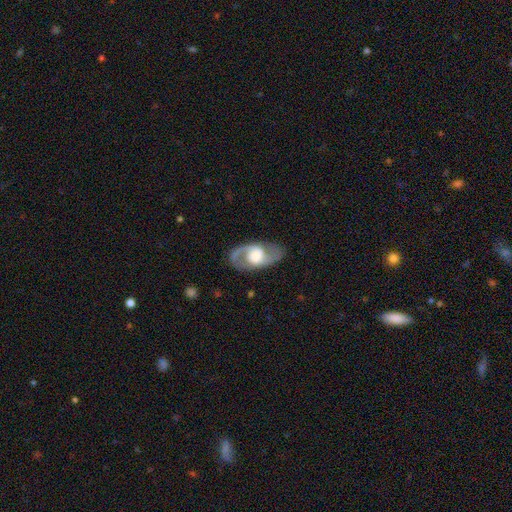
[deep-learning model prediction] Q: Smooth or featured?
A: featured or disk (79%); runner-up: smooth (16%)
Q: Edge-on disk?
A: no (93%); runner-up: yes (7%)
Q: Bar?
A: no (57%); runner-up: weak (33%)
Q: Spiral arms?
A: yes (86%); runner-up: no (14%)
Q: Spiral winding?
A: medium (54%); runner-up: loose (27%)
Q: Spiral arm count?
A: 2 (89%); runner-up: can't tell (5%)
Q: Bulge size?
A: large (45%); runner-up: moderate (39%)
Q: Merging?
A: none (80%); runner-up: minor disturbance (12%)